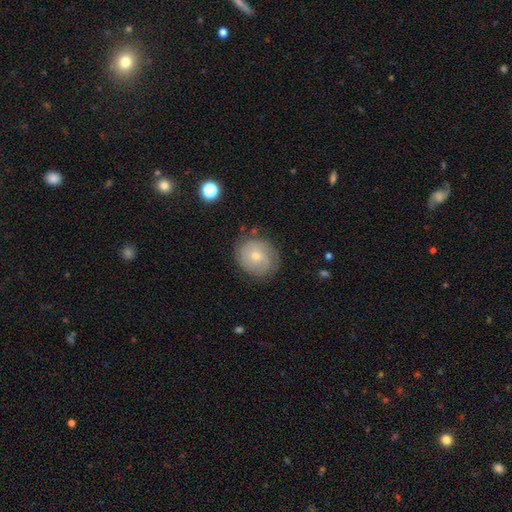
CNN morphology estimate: type=featured or disk (52%); edge-on=no (97%); bar=no (72%); spiral arms=yes (79%); bulge=small (59%); merging=none (76%).